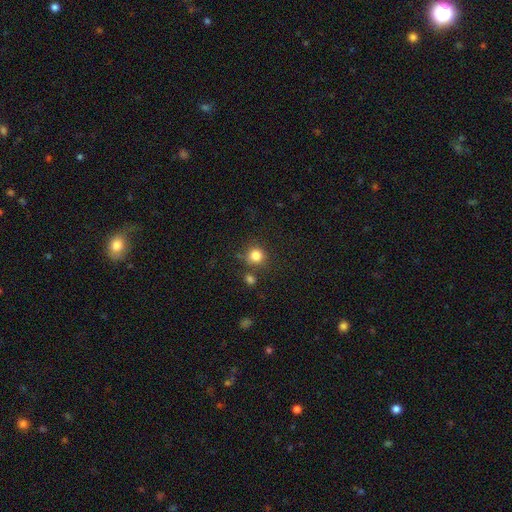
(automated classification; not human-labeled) This is clearly a smooth galaxy (83%). How rounded: clearly round (90%). Merging: likely none (76%).